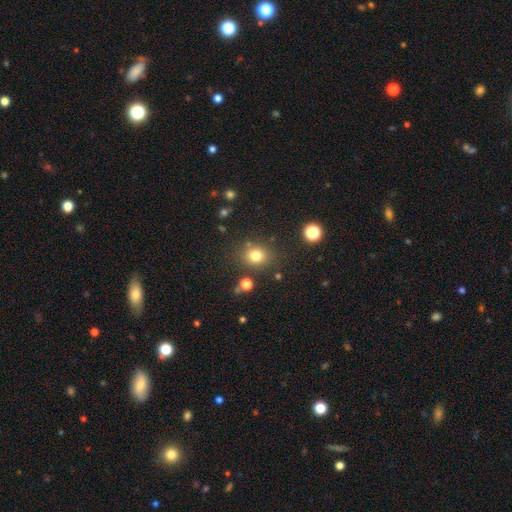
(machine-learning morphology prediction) Smooth or featured?
  - smooth: 77% *
  - star or artifact: 15%
  - featured or disk: 8%
How rounded?
  - round: 73% *
  - in between: 26%
  - cigar-shaped: 1%
Merging?
  - none: 81% *
  - minor disturbance: 10%
  - merger: 5%
  - major disturbance: 4%